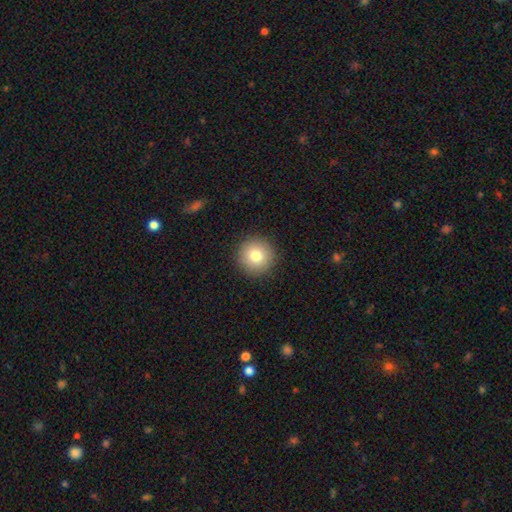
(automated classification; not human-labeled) smooth 80%, star or artifact 10%, featured or disk 10%. Down the decision tree: how rounded — round (96%); merging — none (92%).